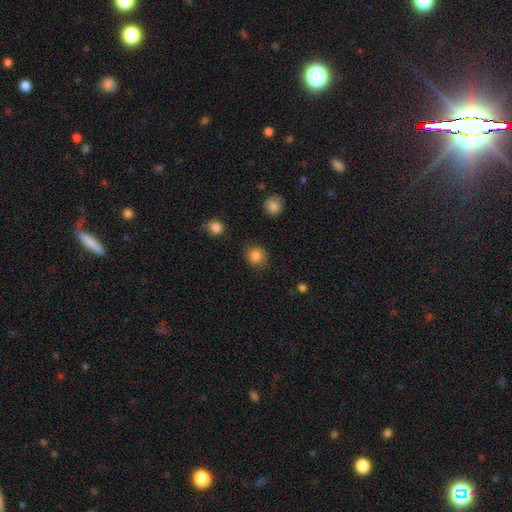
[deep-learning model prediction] smooth-or-featured: smooth: 85% | star or artifact: 10% | featured or disk: 5%
  how-rounded: round: 82% | in between: 17% | cigar-shaped: 1%
  merging: none: 79% | minor disturbance: 15% | major disturbance: 4% | merger: 2%